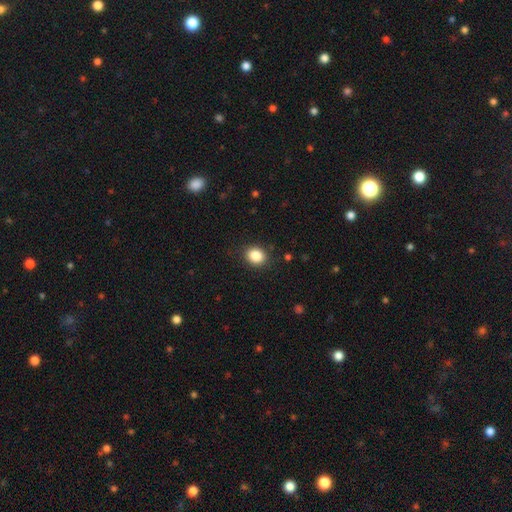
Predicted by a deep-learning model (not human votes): A smooth galaxy with no disk features (86%) that is round (58%).

Vote fractions:
- Smooth or featured? smooth: 86% / star or artifact: 9% / featured or disk: 4%
- How rounded? round: 58% / in between: 41% / cigar-shaped: 1%
- Merging? none: 88% / minor disturbance: 9% / major disturbance: 3% / merger: 1%